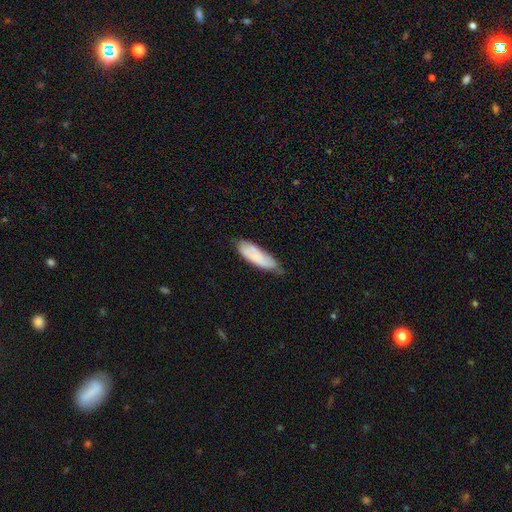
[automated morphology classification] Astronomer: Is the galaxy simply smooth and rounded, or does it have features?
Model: smooth — 75%.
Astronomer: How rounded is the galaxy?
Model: in between — 56% (runner-up: cigar-shaped, 43%).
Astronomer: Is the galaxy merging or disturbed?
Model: none — 59%.